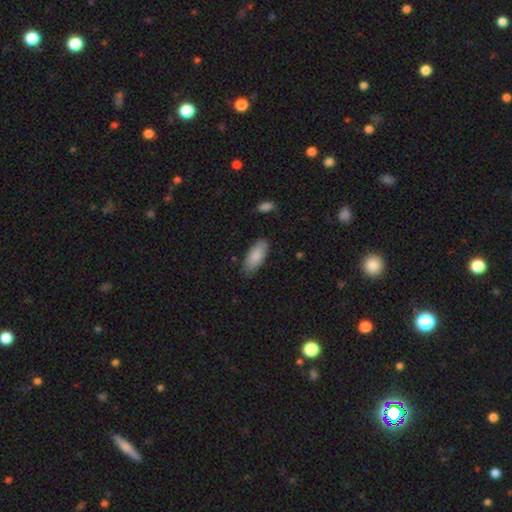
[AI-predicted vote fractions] The model was most divided on "merging": none: 80%, minor disturbance: 16%, major disturbance: 3%, merger: 2%. More confident: smooth or featured — smooth (85%); how rounded — in between (83%).